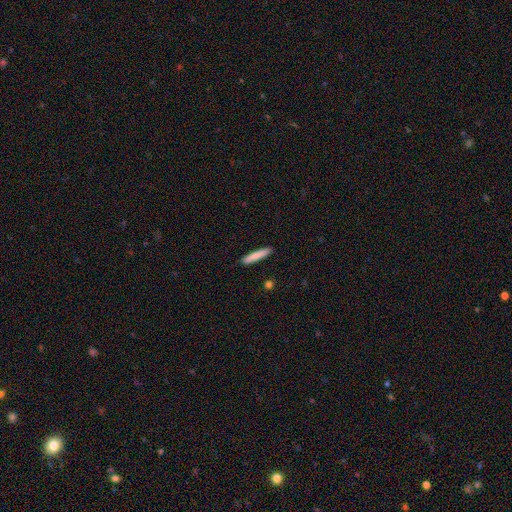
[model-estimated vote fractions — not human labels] Q: Smooth or featured?
A: smooth (82%); runner-up: featured or disk (13%)
Q: How rounded?
A: cigar-shaped (93%); runner-up: in between (6%)
Q: Merging?
A: none (91%); runner-up: minor disturbance (6%)